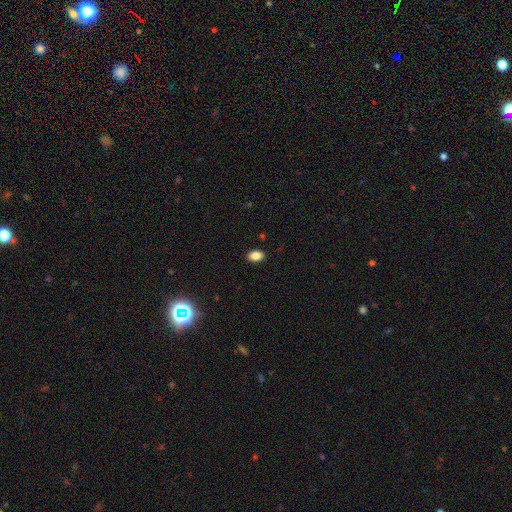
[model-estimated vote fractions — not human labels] The model was most divided on "how rounded": in between: 86%, round: 13%, cigar-shaped: 2%. More confident: merging — none (89%); smooth or featured — smooth (85%).